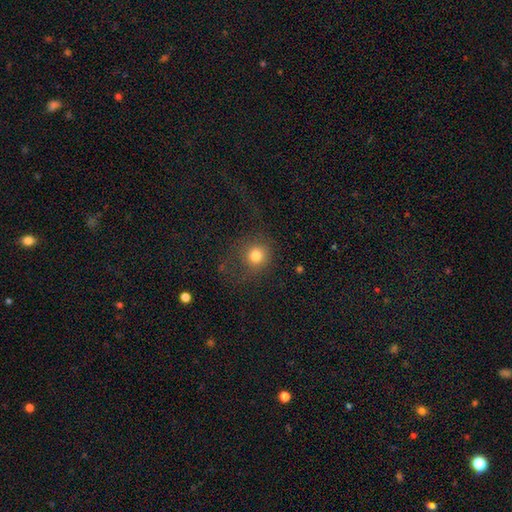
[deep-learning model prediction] smooth_or_featured: smooth (p=0.78) [alt: star or artifact p=0.14]
how_rounded: round (p=0.88) [alt: in between p=0.11]
merging: none (p=0.67) [alt: major disturbance p=0.16]